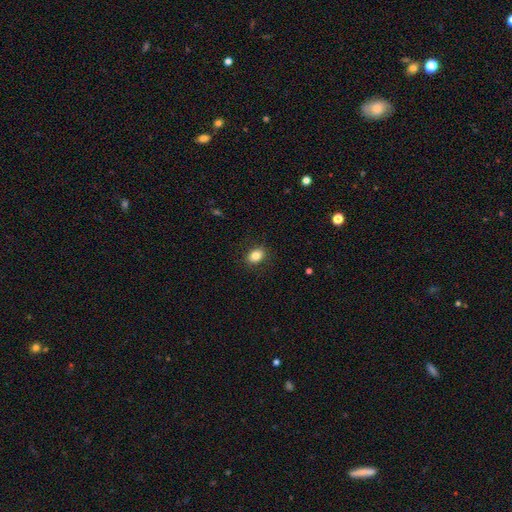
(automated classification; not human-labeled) Morphology: type=smooth (83%); roundness=in between (70%); merging=none (88%).